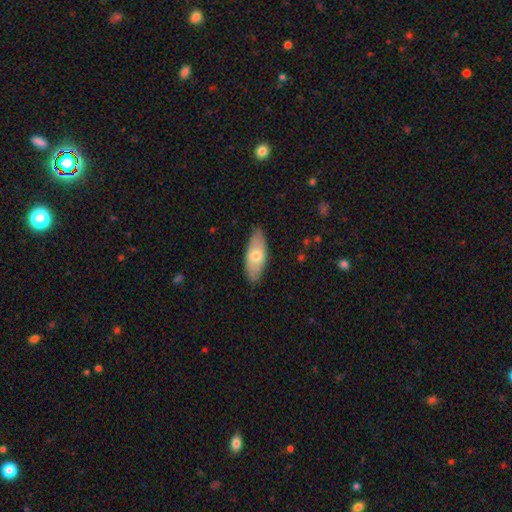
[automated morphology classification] A smooth galaxy with no disk features (65%) that is in between round and cigar-shaped (76%). Merging: none (84%).